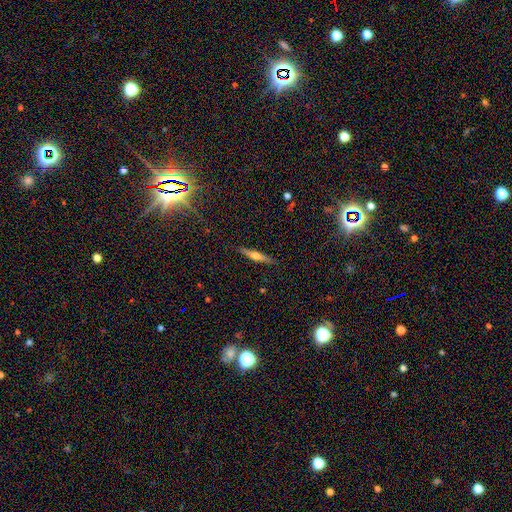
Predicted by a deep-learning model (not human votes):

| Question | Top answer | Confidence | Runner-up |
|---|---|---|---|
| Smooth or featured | featured or disk | 58% | smooth (35%) |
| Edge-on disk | yes | 96% | no (4%) |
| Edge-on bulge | rounded | 87% | none (8%) |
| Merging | none | 90% | minor disturbance (7%) |